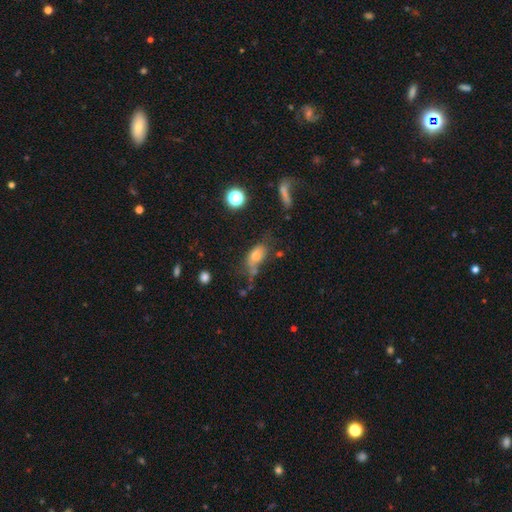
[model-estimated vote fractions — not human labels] Q: Smooth or featured?
A: smooth (68%); runner-up: featured or disk (18%)
Q: How rounded?
A: in between (81%); runner-up: round (10%)
Q: Merging?
A: none (39%); runner-up: minor disturbance (26%)